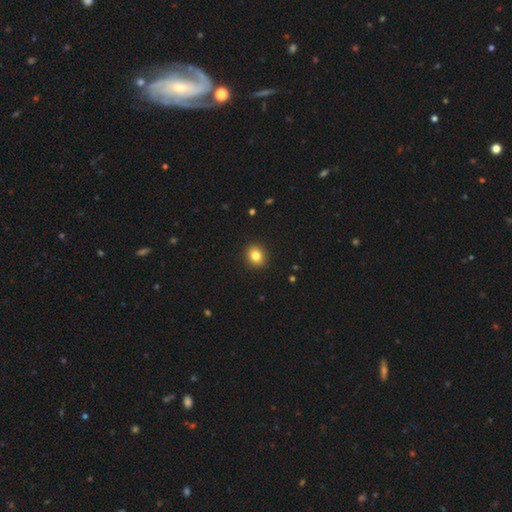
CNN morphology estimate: smooth 83%, star or artifact 10%, featured or disk 7%. Down the decision tree: how rounded — round (68%); merging — none (92%).